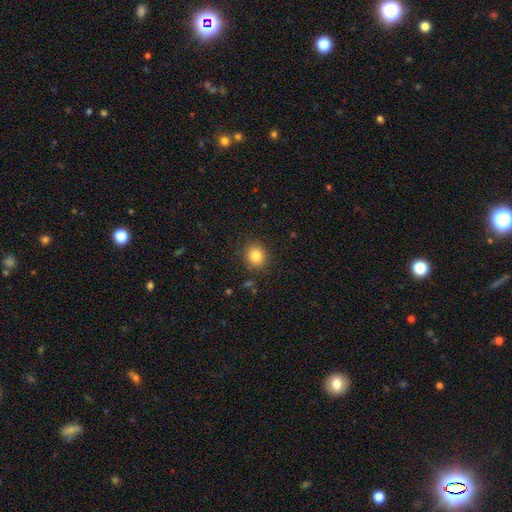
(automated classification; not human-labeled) Morphology: type=smooth (84%); roundness=round (82%); merging=none (88%).